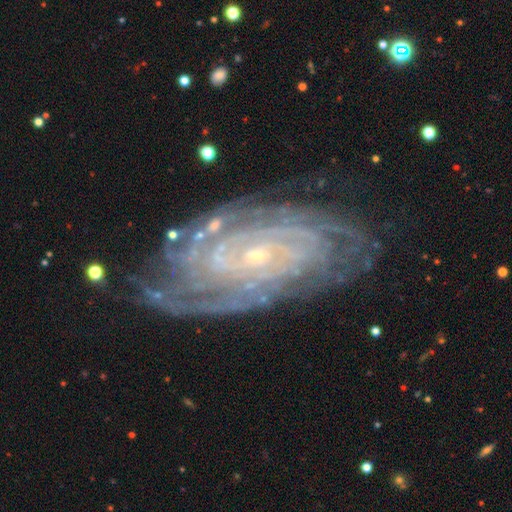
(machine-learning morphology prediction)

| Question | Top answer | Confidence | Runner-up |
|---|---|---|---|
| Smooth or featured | featured or disk | 90% | star or artifact (6%) |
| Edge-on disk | no | 95% | yes (5%) |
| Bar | no | 64% | weak (24%) |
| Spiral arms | yes | 98% | no (2%) |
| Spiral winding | tight | 83% | medium (14%) |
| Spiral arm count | can't tell | 25% | 4 (20%) |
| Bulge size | small | 84% | moderate (12%) |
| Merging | none | 79% | minor disturbance (15%) |